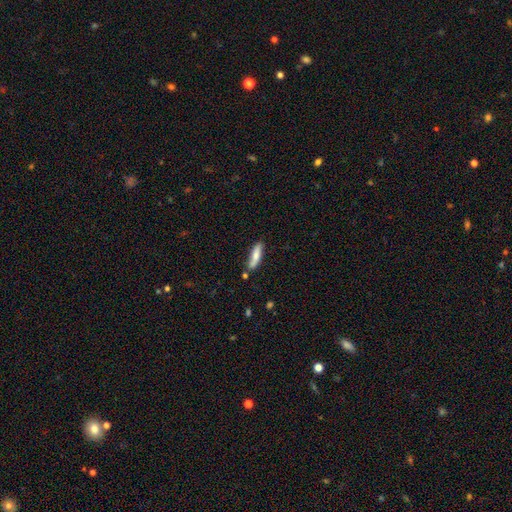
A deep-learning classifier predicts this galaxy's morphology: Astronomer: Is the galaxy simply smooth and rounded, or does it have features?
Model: smooth — 70%.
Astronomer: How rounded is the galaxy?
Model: cigar-shaped — 66%.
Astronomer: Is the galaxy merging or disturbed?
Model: none — 74%.